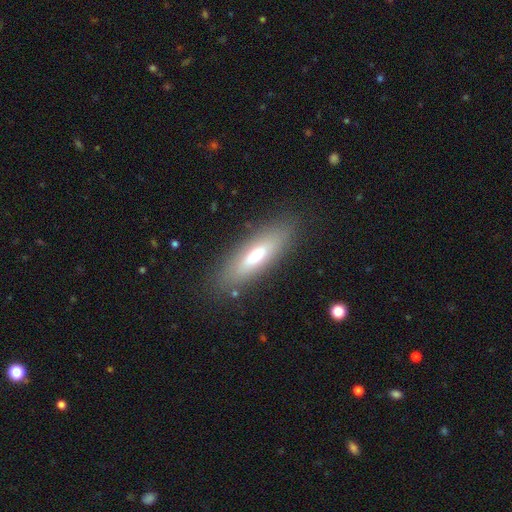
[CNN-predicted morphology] smooth_or_featured: smooth (p=0.65) [alt: featured or disk p=0.27]
how_rounded: cigar-shaped (p=0.55) [alt: in between p=0.43]
merging: none (p=0.86) [alt: minor disturbance p=0.09]